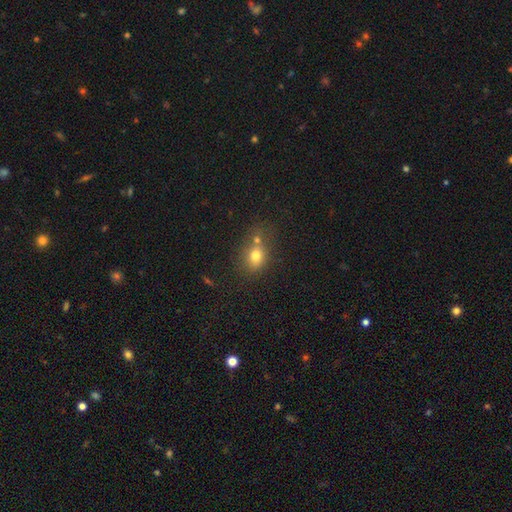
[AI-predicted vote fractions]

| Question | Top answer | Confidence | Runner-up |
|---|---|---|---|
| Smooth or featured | smooth | 73% | star or artifact (14%) |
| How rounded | round | 54% | in between (44%) |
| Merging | none | 45% | merger (34%) |